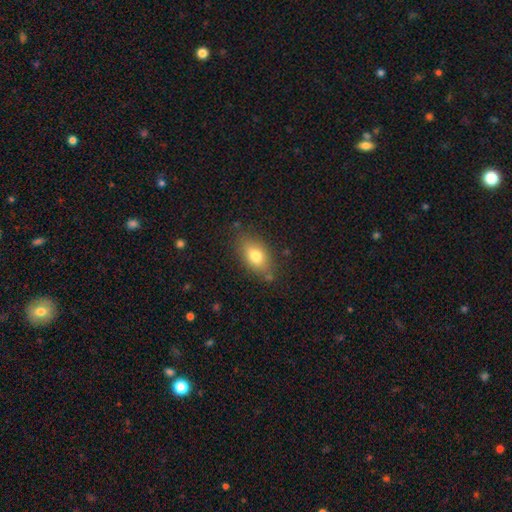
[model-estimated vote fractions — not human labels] This appears to be a smooth galaxy with no disk features (77%) that is in between round and cigar-shaped (86%). Merging: none (75%).